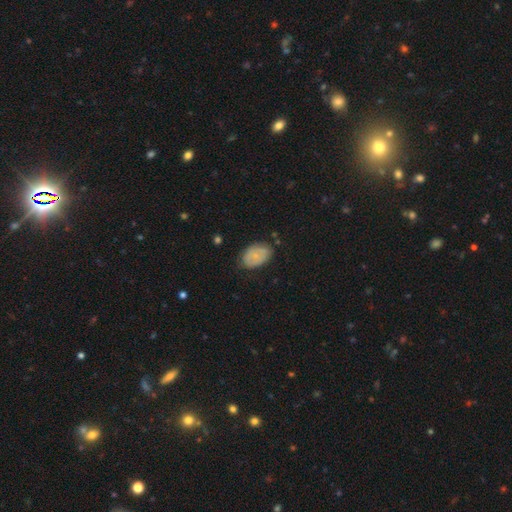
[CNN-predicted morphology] Overall: smooth (64%; featured or disk 29%). How rounded: in between (86%). Merging: none (71%).